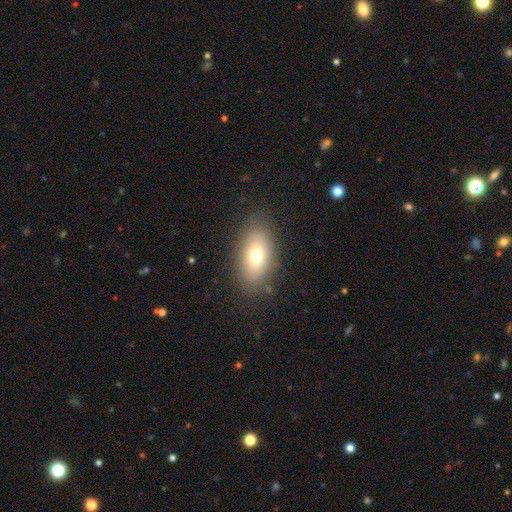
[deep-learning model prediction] This appears to be a smooth galaxy with no disk features (71%) that is in between round and cigar-shaped (88%). Merging: none (82%).